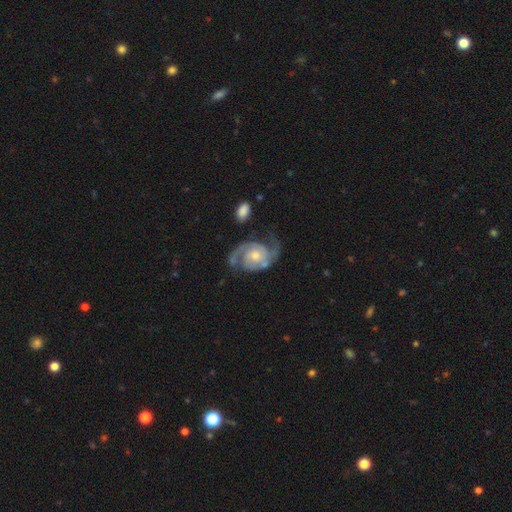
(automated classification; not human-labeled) Smooth or featured?
  - featured or disk: 91% *
  - smooth: 5%
  - star or artifact: 4%
Edge-on disk?
  - no: 98% *
  - yes: 2%
Bar?
  - no: 69% *
  - weak: 26%
  - strong: 5%
Spiral arms?
  - yes: 98% *
  - no: 2%
Spiral winding?
  - medium: 51% *
  - tight: 32%
  - loose: 17%
Spiral arm count?
  - 2: 90% *
  - can't tell: 3%
  - 3: 3%
  - 1: 2%
  - 4: 1%
  - more than 4: 1%
Bulge size?
  - moderate: 52% *
  - small: 40%
  - large: 5%
  - none: 2%
  - dominant: 1%
Merging?
  - none: 63% *
  - minor disturbance: 20%
  - major disturbance: 12%
  - merger: 4%